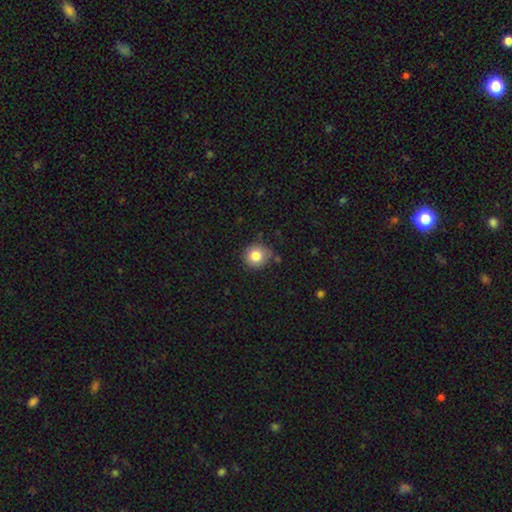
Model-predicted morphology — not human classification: Smooth or featured? Predicted: smooth (p=0.82). How rounded? Predicted: round (p=0.90). Merging? Predicted: none (p=0.81).